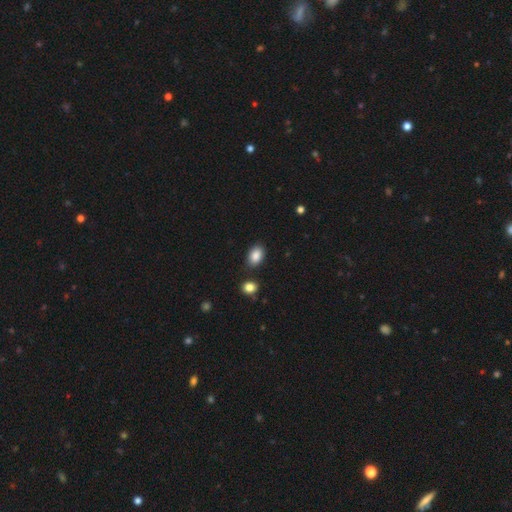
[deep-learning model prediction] smooth 87%, star or artifact 8%, featured or disk 5%. Down the decision tree: how rounded — in between (87%); merging — none (83%).